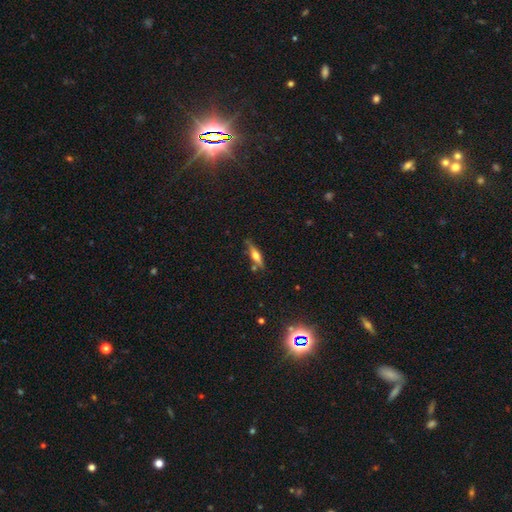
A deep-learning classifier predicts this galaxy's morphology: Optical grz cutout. It shows a featured or disk galaxy (51%) viewed edge-on (93%). Merging: none (75%).